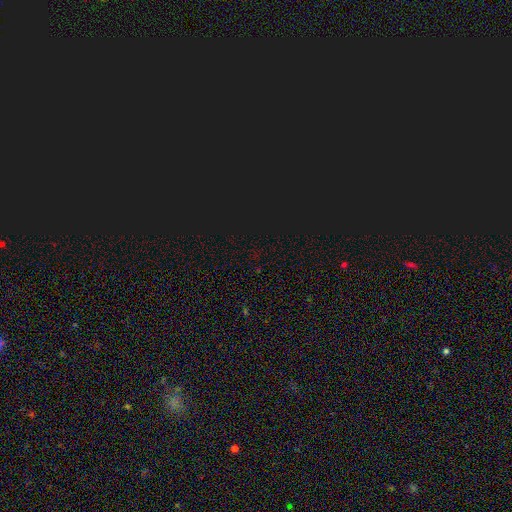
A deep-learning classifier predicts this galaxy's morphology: This appears to be a star or artifact, not a galaxy (77%).